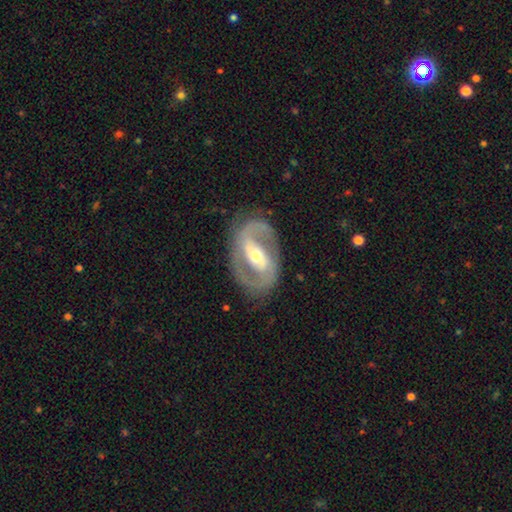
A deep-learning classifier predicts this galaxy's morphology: Smooth or featured: featured or disk — 89% (smooth — 7%)
Edge-on disk: no — 96% (yes — 4%)
Bar: strong — 52% (weak — 32%)
Spiral arms: yes — 93% (no — 7%)
Spiral winding: medium — 52% (tight — 32%)
Spiral arm count: 2 — 91% (can't tell — 4%)
Bulge size: moderate — 59% (small — 35%)
Merging: none — 82% (minor disturbance — 12%)